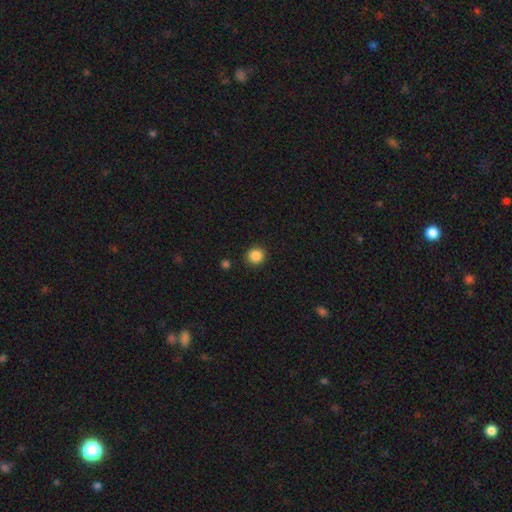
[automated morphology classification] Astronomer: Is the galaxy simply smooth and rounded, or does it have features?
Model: smooth — 86%.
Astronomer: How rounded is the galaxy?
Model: round — 90%.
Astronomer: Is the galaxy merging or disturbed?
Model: none — 89%.